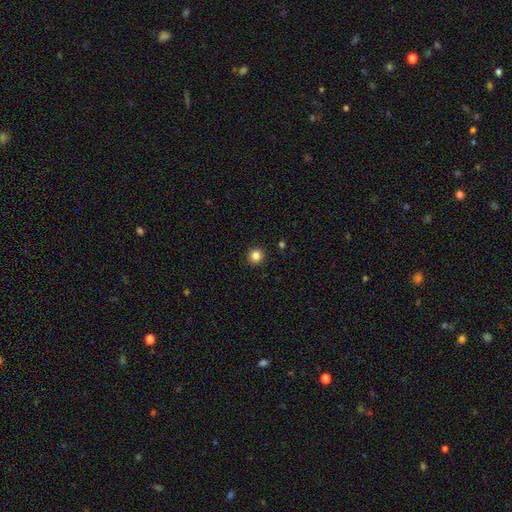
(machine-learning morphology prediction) smooth 84%, star or artifact 11%, featured or disk 4%. Down the decision tree: how rounded — round (94%); merging — none (93%).